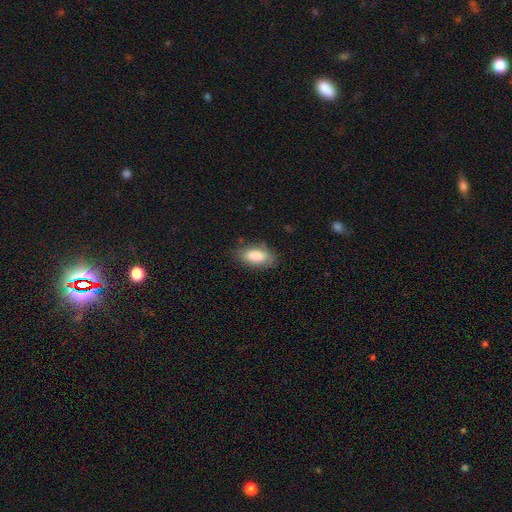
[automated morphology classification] Overall: smooth (82%). How rounded: in between (90%). Merging: none (75%).